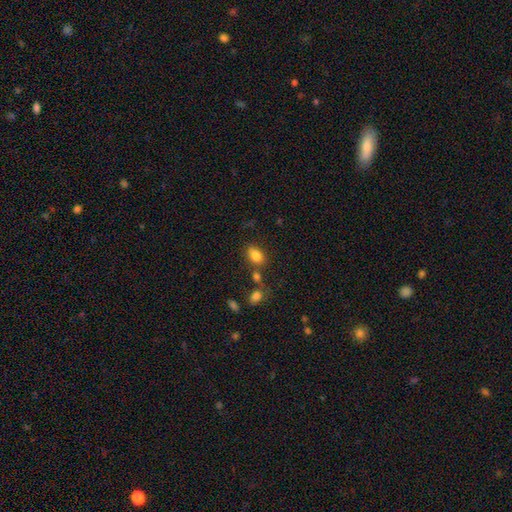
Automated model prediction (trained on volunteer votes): Smooth or featured: smooth — 83% (star or artifact — 10%)
How rounded: in between — 82% (round — 16%)
Merging: none — 67% (minor disturbance — 15%)